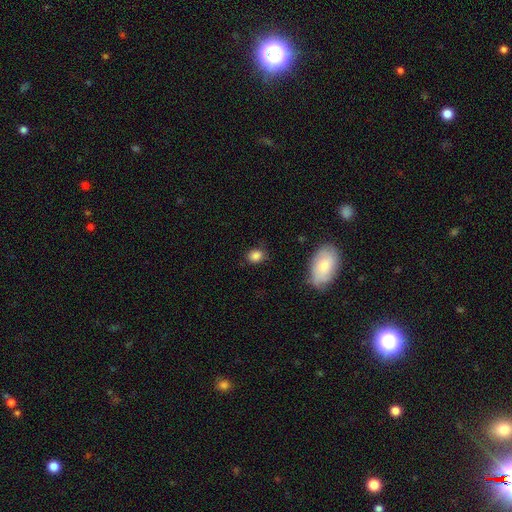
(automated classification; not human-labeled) Smooth or featured? Predicted: smooth (p=0.84). How rounded? Predicted: round (p=0.53). Merging? Predicted: none (p=0.79).